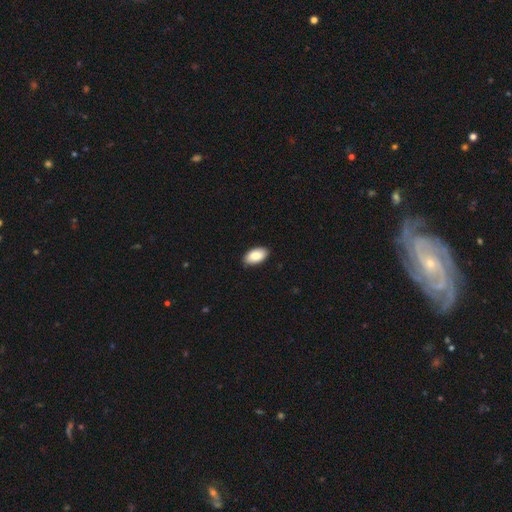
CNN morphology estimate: Overall: smooth (85%). How rounded: in between (95%). Merging: none (87%).